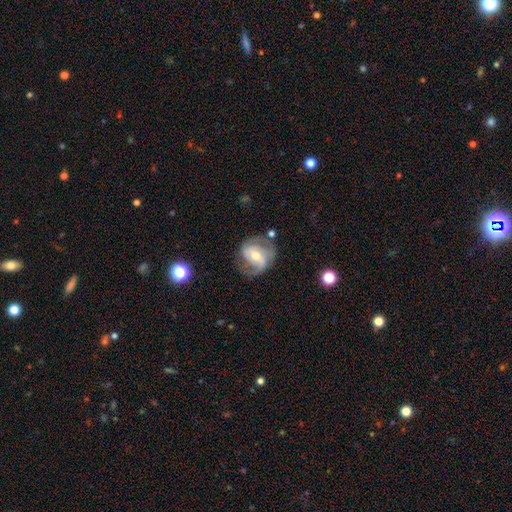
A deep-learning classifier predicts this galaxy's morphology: Smooth or featured?
  - featured or disk: 74% *
  - smooth: 19%
  - star or artifact: 7%
Edge-on disk?
  - no: 97% *
  - yes: 3%
Bar?
  - weak: 40% *
  - no: 34%
  - strong: 26%
Spiral arms?
  - yes: 86% *
  - no: 14%
Spiral winding?
  - medium: 45% *
  - tight: 31%
  - loose: 25%
Spiral arm count?
  - 2: 68% *
  - can't tell: 13%
  - 1: 10%
  - 3: 6%
  - 4: 1%
  - more than 4: 1%
Bulge size?
  - moderate: 62% *
  - small: 32%
  - large: 4%
  - none: 1%
  - dominant: 1%
Merging?
  - none: 58% *
  - minor disturbance: 22%
  - major disturbance: 16%
  - merger: 4%